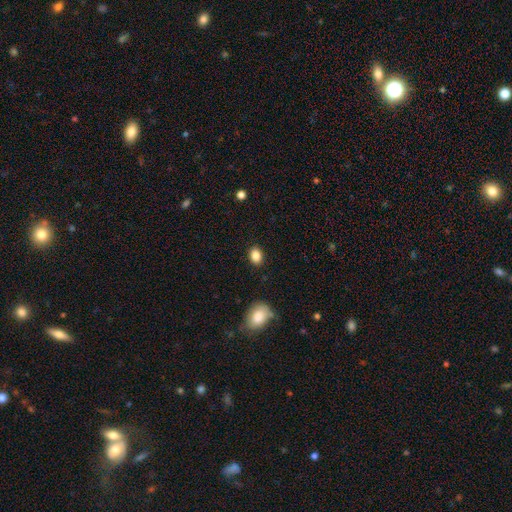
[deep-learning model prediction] smooth 87%, star or artifact 9%, featured or disk 4%. Down the decision tree: how rounded — in between (72%); merging — none (87%).